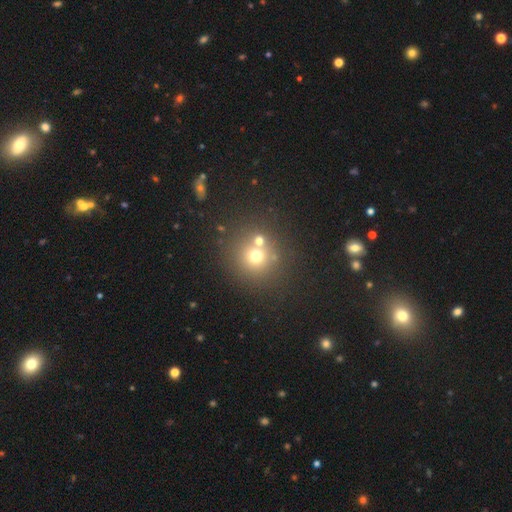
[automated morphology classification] type=smooth (65%); roundness=round (91%); merging=none (63%).